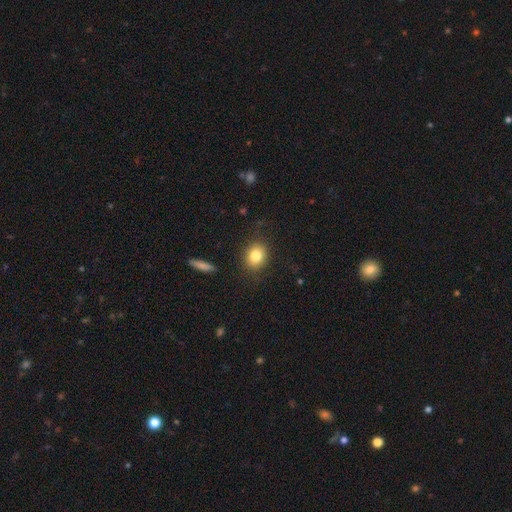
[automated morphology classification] A smooth galaxy with no disk features (83%) that is round (56%). Merging: none (86%).